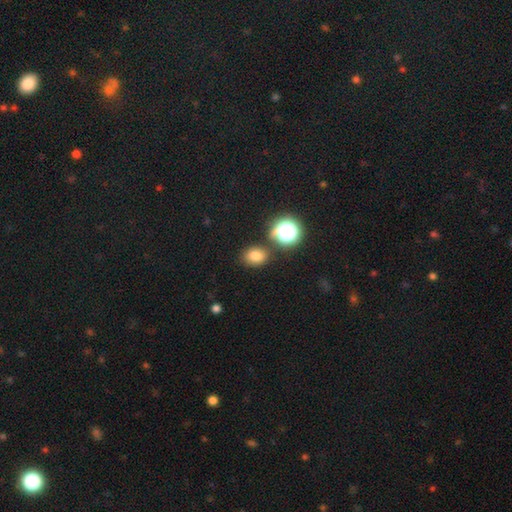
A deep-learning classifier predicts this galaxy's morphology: Q: Smooth or featured?
A: smooth (77%); runner-up: star or artifact (17%)
Q: How rounded?
A: in between (59%); runner-up: round (40%)
Q: Merging?
A: none (79%); runner-up: minor disturbance (11%)